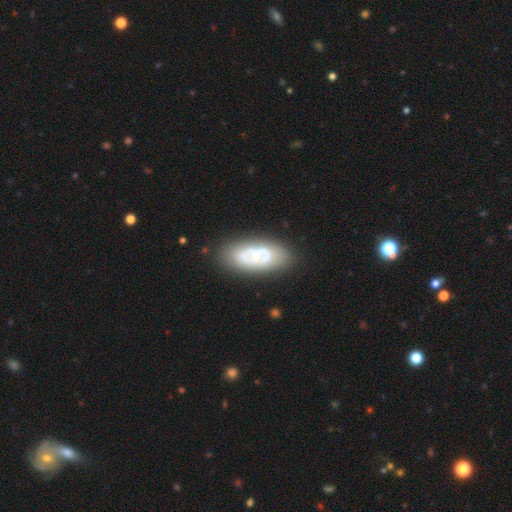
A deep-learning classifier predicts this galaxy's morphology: type=featured or disk (62%); edge-on=no (89%); bar=no (69%); spiral arms=no (66%); bulge=small (45%); merging=none (77%).